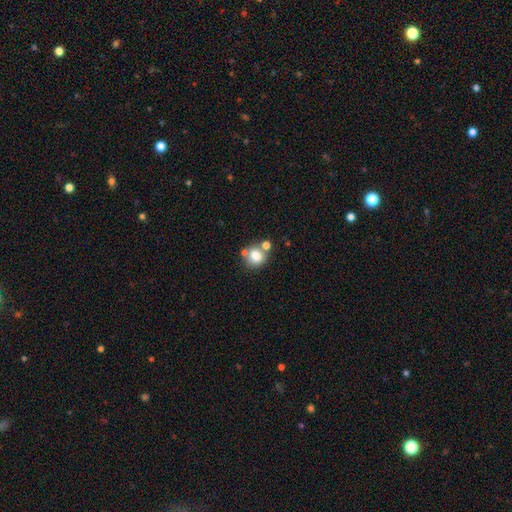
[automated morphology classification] A smooth galaxy with no disk features (77%) that is round (69%).

Vote fractions:
- Smooth or featured? smooth: 77% / featured or disk: 12% / star or artifact: 11%
- How rounded? round: 69% / in between: 30% / cigar-shaped: 1%
- Merging? none: 56% / merger: 26% / minor disturbance: 12% / major disturbance: 5%